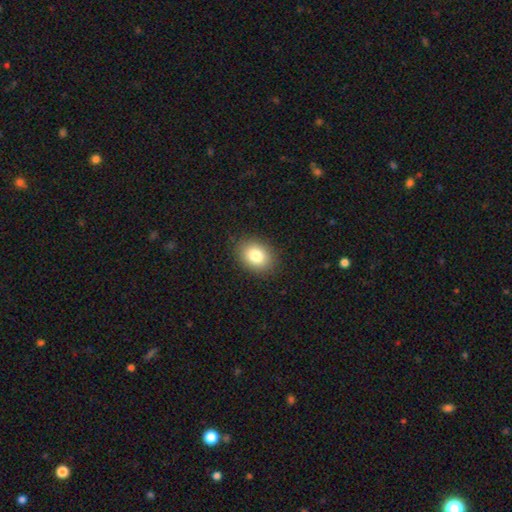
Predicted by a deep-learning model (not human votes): A smooth galaxy with no disk features (82%) that is in between round and cigar-shaped (64%). Merging: none (88%).